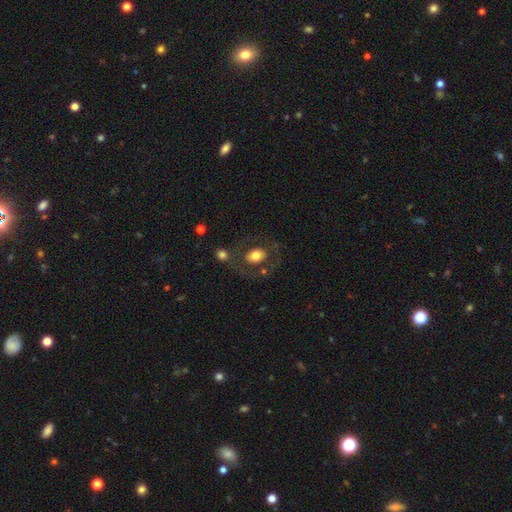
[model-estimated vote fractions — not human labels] smooth-or-featured: smooth: 64% | featured or disk: 28% | star or artifact: 8%
  how-rounded: in between: 58% | round: 41% | cigar-shaped: 1%
  merging: none: 68% | minor disturbance: 13% | major disturbance: 11% | merger: 8%